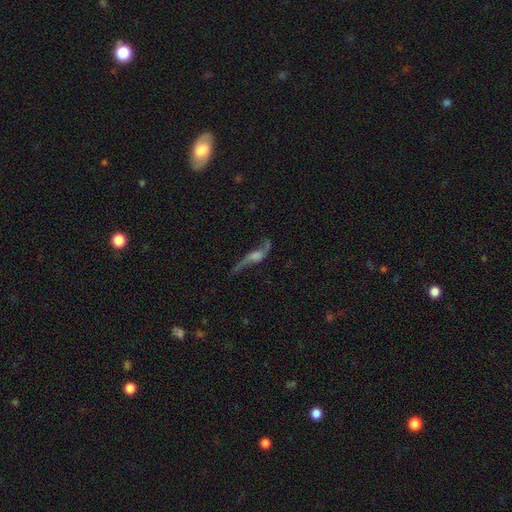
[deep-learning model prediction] Smooth or featured? featured or disk (77%)
Edge-on disk? no (67%)
Bar? no (60%)
Spiral arms? yes (90%)
Bulge size? moderate (29%)
Merging? none (57%)